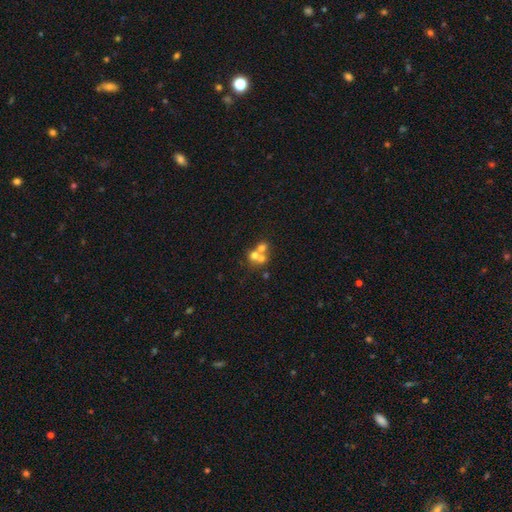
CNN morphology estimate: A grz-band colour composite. It shows a smooth galaxy with no disk features (56%) that is round (81%). Merging: merger (61%).